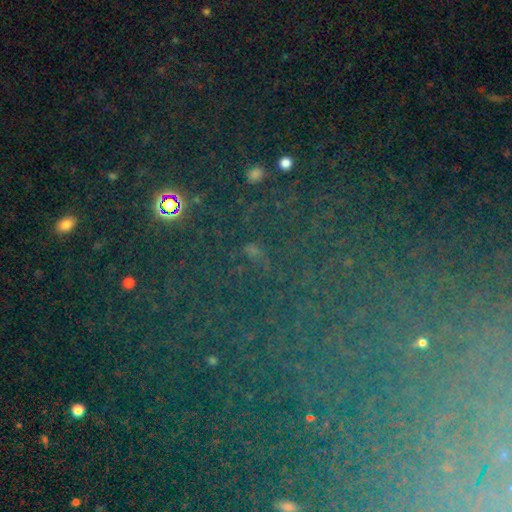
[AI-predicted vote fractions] star or artifact 70%, smooth 17%, featured or disk 13%.